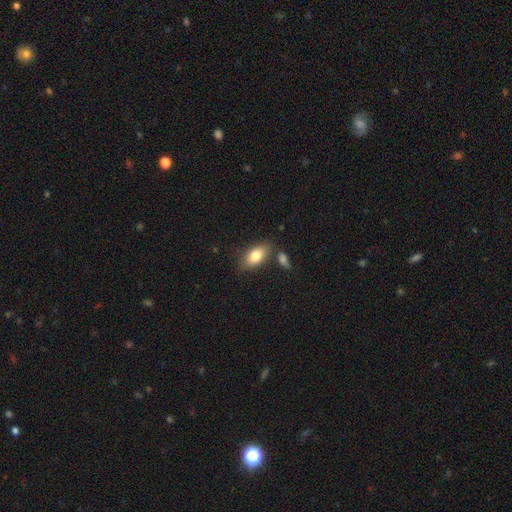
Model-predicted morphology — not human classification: A smooth galaxy with no disk features (80%) that is in between round and cigar-shaped (90%).

Vote fractions:
- Smooth or featured? smooth: 80% / featured or disk: 13% / star or artifact: 7%
- How rounded? in between: 90% / round: 6% / cigar-shaped: 5%
- Merging? none: 72% / minor disturbance: 13% / merger: 11% / major disturbance: 4%